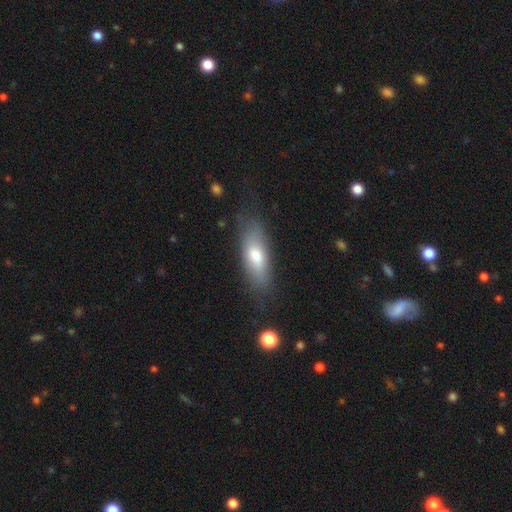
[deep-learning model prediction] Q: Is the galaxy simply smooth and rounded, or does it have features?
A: smooth — 71%.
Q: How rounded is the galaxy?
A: in between — 67%.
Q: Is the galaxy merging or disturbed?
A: none — 72%.